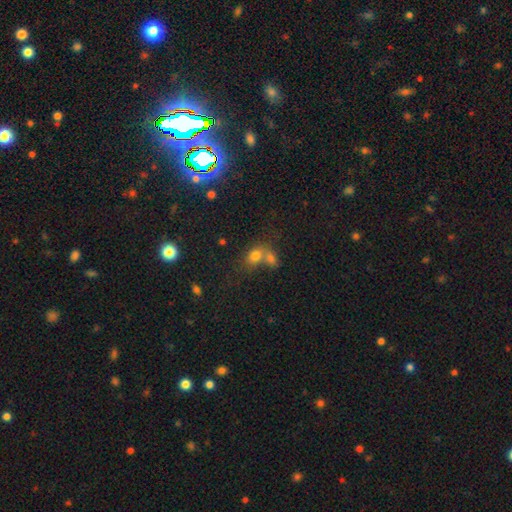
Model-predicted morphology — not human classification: Q: Smooth or featured?
A: smooth (74%); runner-up: star or artifact (14%)
Q: How rounded?
A: in between (66%); runner-up: round (32%)
Q: Merging?
A: merger (62%); runner-up: none (26%)